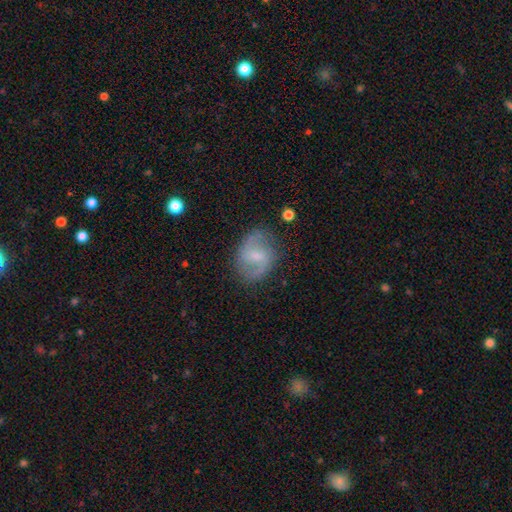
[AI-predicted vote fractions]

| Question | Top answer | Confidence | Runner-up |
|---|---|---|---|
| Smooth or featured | featured or disk | 68% | smooth (25%) |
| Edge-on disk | no | 97% | yes (3%) |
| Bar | weak | 58% | no (23%) |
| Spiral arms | yes | 89% | no (11%) |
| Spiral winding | medium | 47% | loose (39%) |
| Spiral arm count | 2 | 86% | can't tell (7%) |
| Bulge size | small | 44% | moderate (32%) |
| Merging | none | 75% | minor disturbance (17%) |